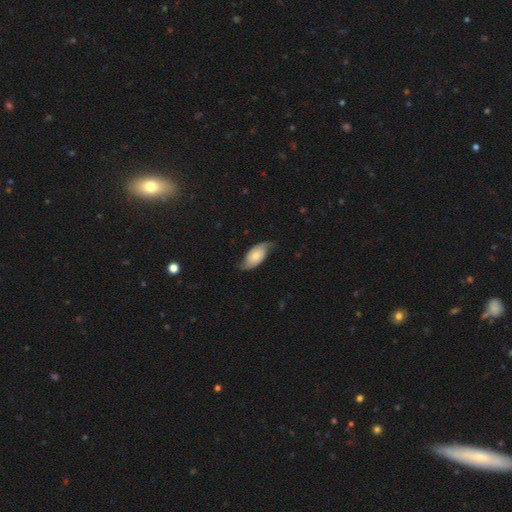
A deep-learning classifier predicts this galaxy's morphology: Smooth or featured? featured or disk (58%)
Edge-on disk? no (93%)
Bar? no (74%)
Spiral arms? yes (89%)
Bulge size? small (42%)
Merging? none (69%)